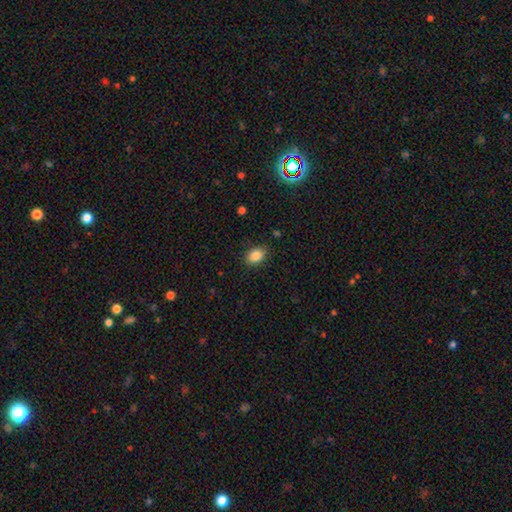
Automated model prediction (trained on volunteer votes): Smooth or featured? smooth (85%)
How rounded? in between (79%)
Merging? none (86%)